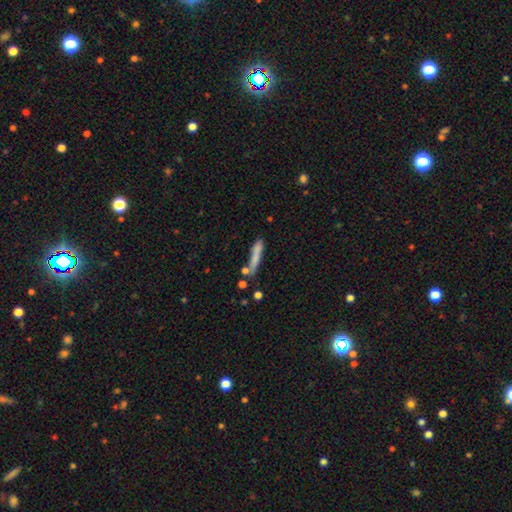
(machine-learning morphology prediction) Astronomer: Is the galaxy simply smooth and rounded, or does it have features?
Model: smooth — 73%.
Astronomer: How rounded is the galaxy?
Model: cigar-shaped — 91%.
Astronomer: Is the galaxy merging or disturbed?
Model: none — 64%.